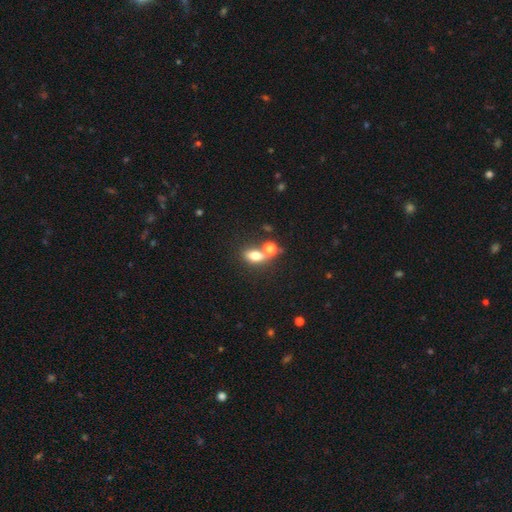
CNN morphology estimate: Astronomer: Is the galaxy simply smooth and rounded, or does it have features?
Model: smooth — 74%.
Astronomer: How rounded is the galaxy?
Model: in between — 73%.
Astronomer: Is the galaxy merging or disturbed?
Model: none — 53% (runner-up: merger, 31%).